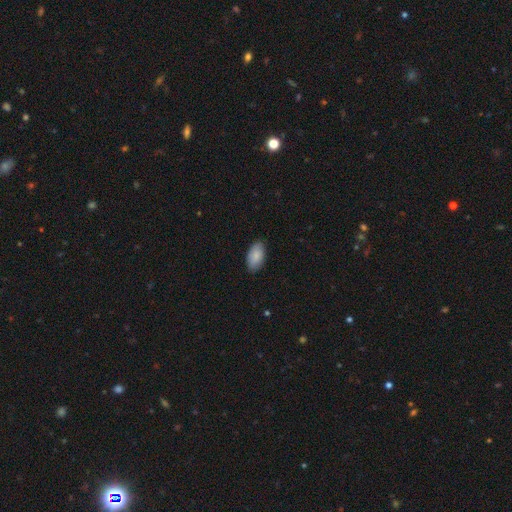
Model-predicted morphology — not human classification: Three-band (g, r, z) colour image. It shows a smooth galaxy with no disk features (86%) that is in between round and cigar-shaped (94%). Merging: none (86%).